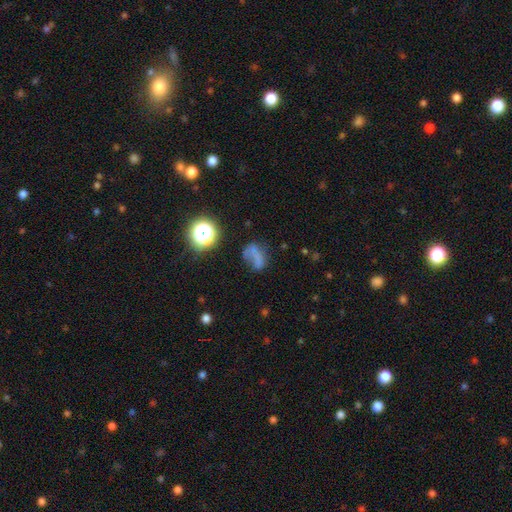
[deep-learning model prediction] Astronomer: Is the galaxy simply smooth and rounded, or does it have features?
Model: smooth — 52%.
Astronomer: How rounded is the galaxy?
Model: in between — 58% (runner-up: round, 38%).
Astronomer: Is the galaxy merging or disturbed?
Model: none — 41% (runner-up: major disturbance, 27%).